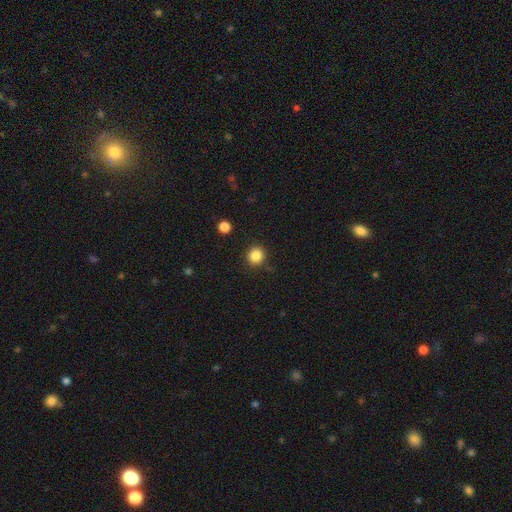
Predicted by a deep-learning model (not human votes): This is clearly a smooth galaxy (85%). How rounded: clearly round (92%). Merging: clearly none (88%).